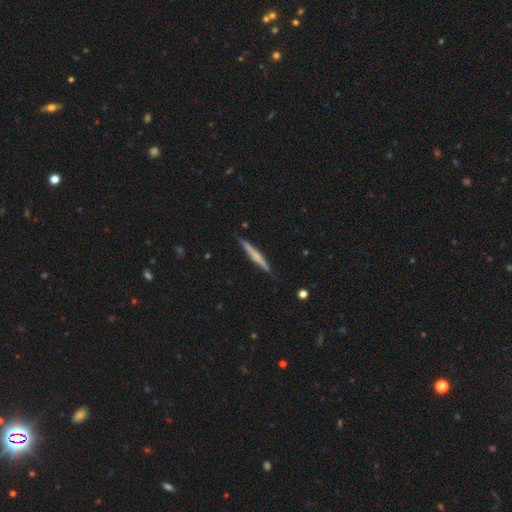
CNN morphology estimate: This appears to be a featured or disk galaxy (49%). Merging: none (88%).